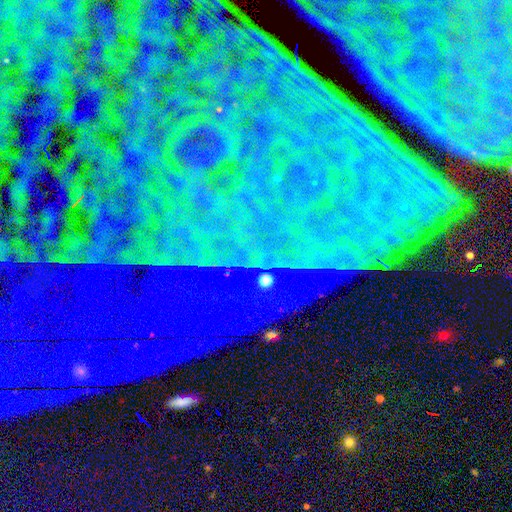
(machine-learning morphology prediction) Overall: star or artifact (84%).